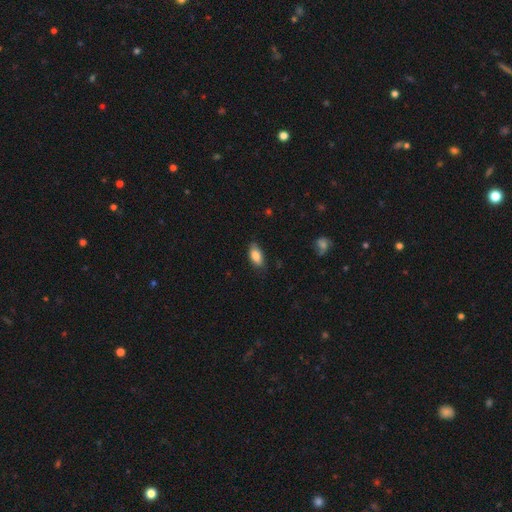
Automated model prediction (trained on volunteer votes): smooth 83%, featured or disk 9%, star or artifact 7%. Down the decision tree: how rounded — in between (90%); merging — none (82%).